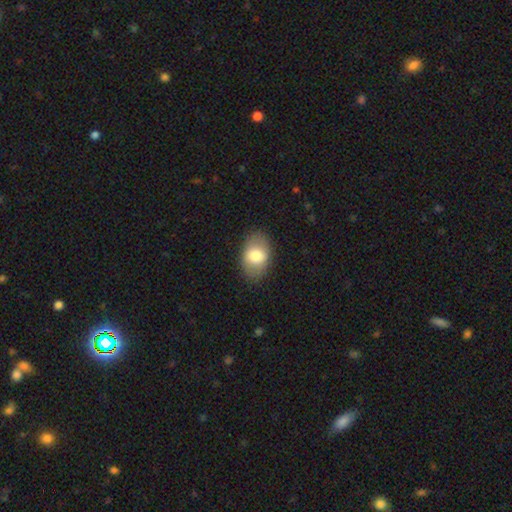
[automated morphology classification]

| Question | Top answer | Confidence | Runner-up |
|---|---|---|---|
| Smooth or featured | smooth | 77% | featured or disk (17%) |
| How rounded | in between | 86% | round (13%) |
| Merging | none | 84% | minor disturbance (12%) |